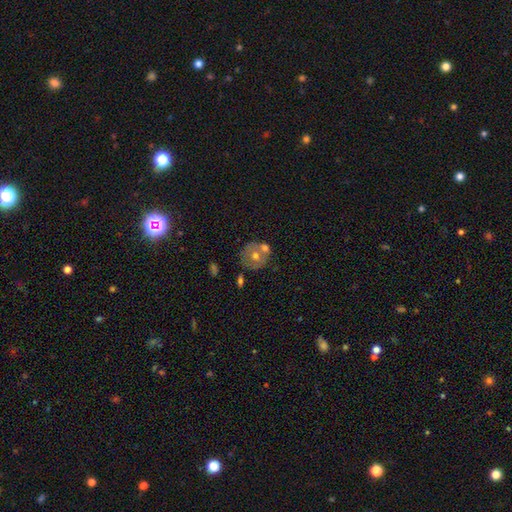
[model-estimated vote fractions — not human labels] Smooth or featured? Predicted: smooth (p=0.48). Merging? Predicted: none (p=0.60).